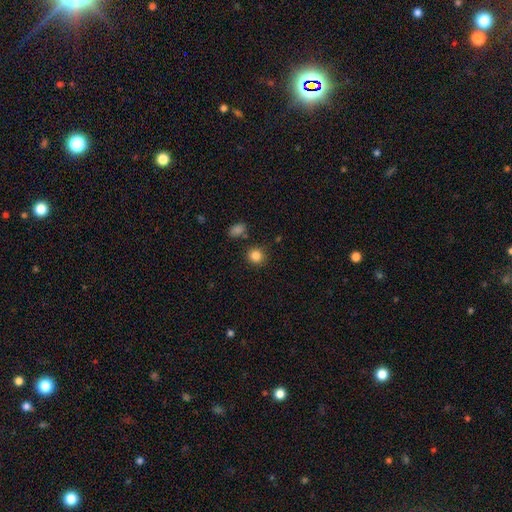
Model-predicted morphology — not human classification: Overall: smooth (85%). How rounded: round (89%). Merging: none (85%).